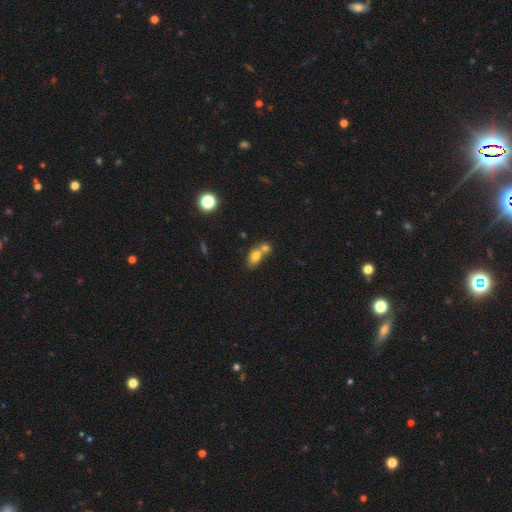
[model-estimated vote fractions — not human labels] smooth_or_featured: smooth (p=0.74) [alt: featured or disk p=0.16]
how_rounded: in between (p=0.73) [alt: round p=0.24]
merging: merger (p=0.60) [alt: none p=0.28]